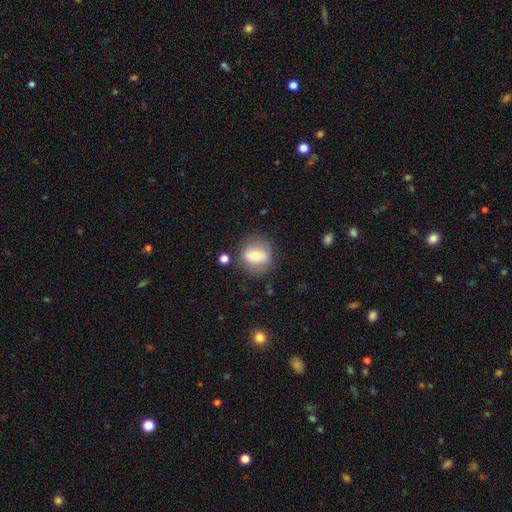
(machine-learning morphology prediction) The model was most divided on "smooth or featured": smooth: 60%, featured or disk: 31%, star or artifact: 8%. More confident: merging — none (78%); how rounded — round (74%).